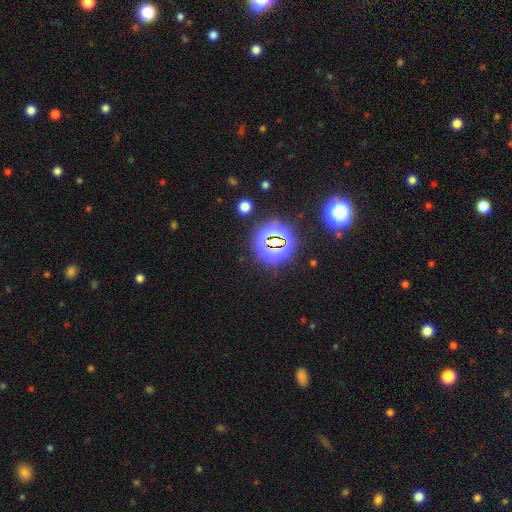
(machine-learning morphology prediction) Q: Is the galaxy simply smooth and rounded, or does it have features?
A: star or artifact — 77%.